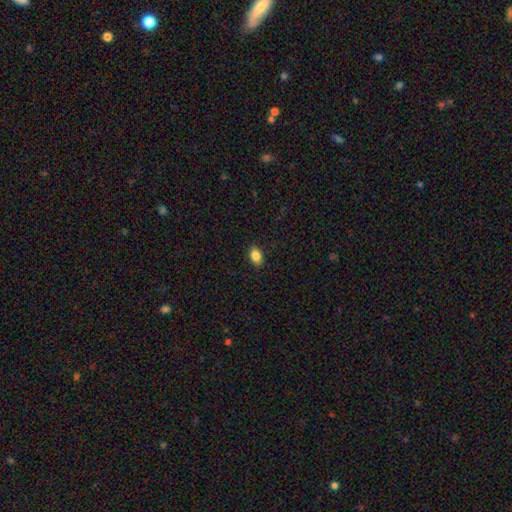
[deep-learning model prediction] Q: Smooth or featured?
A: smooth (86%); runner-up: star or artifact (9%)
Q: How rounded?
A: in between (85%); runner-up: round (13%)
Q: Merging?
A: none (89%); runner-up: minor disturbance (8%)